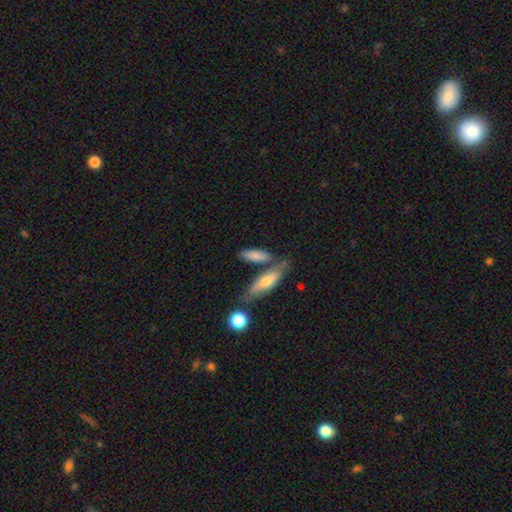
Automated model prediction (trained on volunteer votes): Smooth or featured? Predicted: smooth (p=0.76). How rounded? Predicted: cigar-shaped (p=0.49). Merging? Predicted: none (p=0.59).